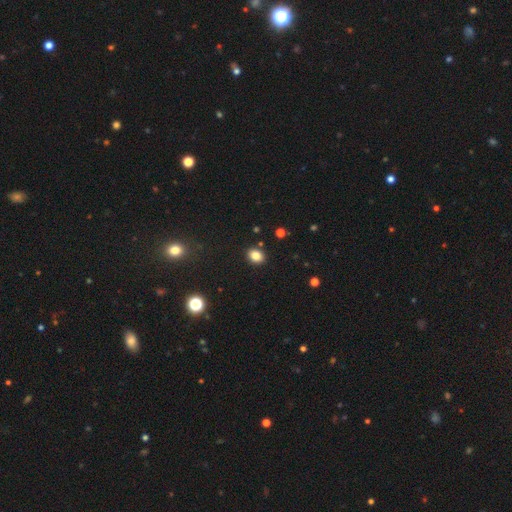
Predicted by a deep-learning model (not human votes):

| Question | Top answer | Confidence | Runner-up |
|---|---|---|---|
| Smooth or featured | smooth | 83% | star or artifact (12%) |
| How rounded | in between | 54% | round (45%) |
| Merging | none | 89% | minor disturbance (7%) |